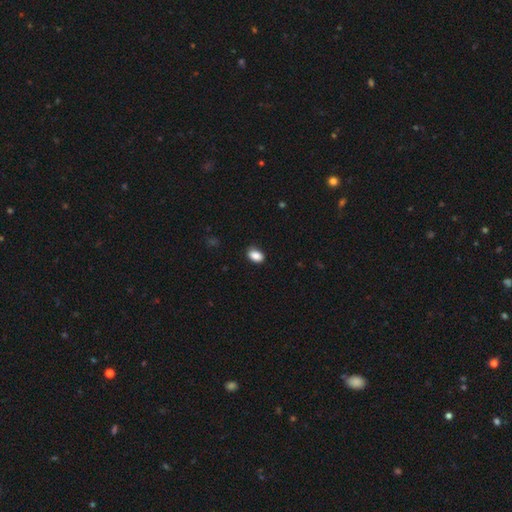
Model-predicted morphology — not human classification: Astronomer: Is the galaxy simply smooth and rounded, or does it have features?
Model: smooth — 88%.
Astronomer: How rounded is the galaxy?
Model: in between — 87%.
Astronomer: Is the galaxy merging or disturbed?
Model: none — 84%.